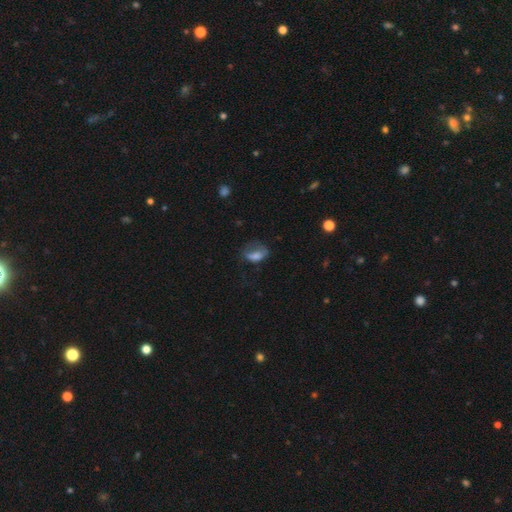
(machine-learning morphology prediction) smooth_or_featured: smooth (p=0.65) [alt: featured or disk p=0.24]
how_rounded: in between (p=0.80) [alt: round p=0.17]
merging: major disturbance (p=0.40) [alt: none p=0.30]